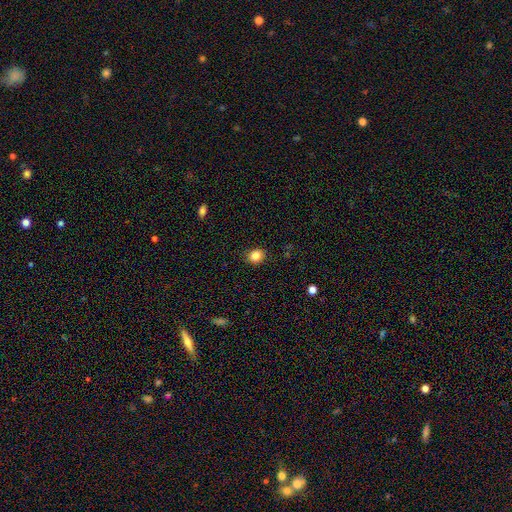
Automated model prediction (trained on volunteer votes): smooth_or_featured: smooth (p=0.84) [alt: star or artifact p=0.11]
how_rounded: round (p=0.67) [alt: in between p=0.32]
merging: none (p=0.89) [alt: minor disturbance p=0.08]